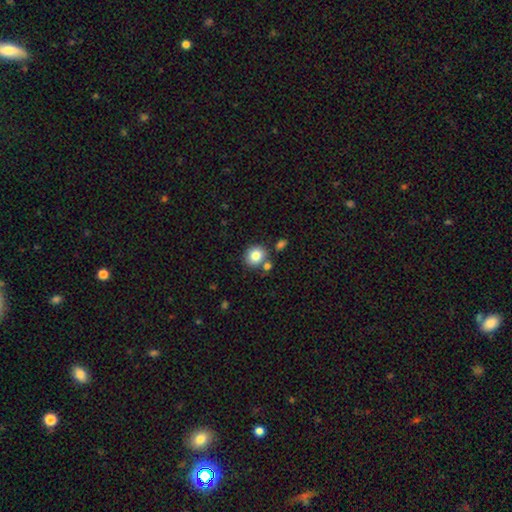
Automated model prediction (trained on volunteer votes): Overall: smooth (82%). How rounded: round (80%). Merging: none (72%).